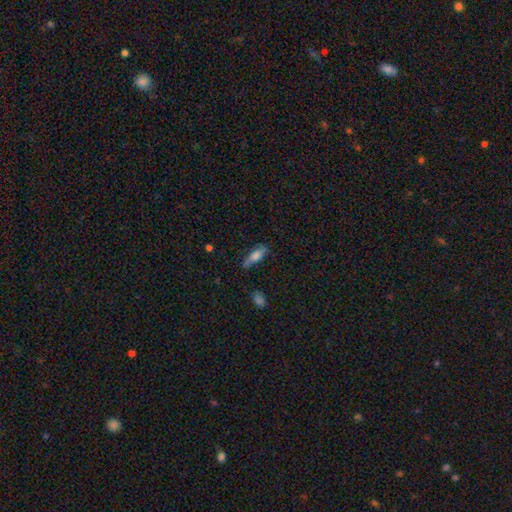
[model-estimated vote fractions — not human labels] Overall: smooth (64%; featured or disk 28%). How rounded: in between (57%; cigar-shaped 41%). Merging: none (63%; minor disturbance 26%).